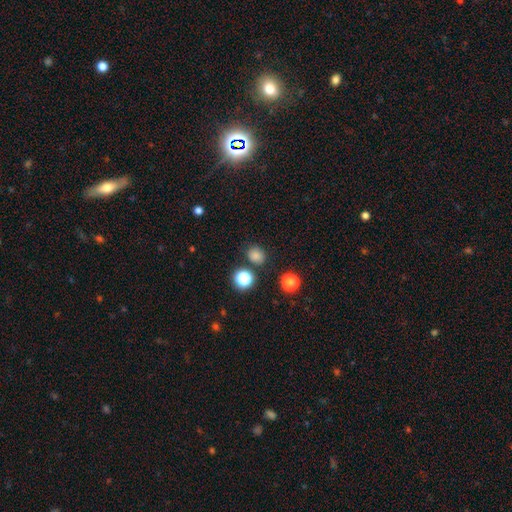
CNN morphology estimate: This appears to be a smooth galaxy with no disk features (78%) that is round (65%). Merging: none (82%).